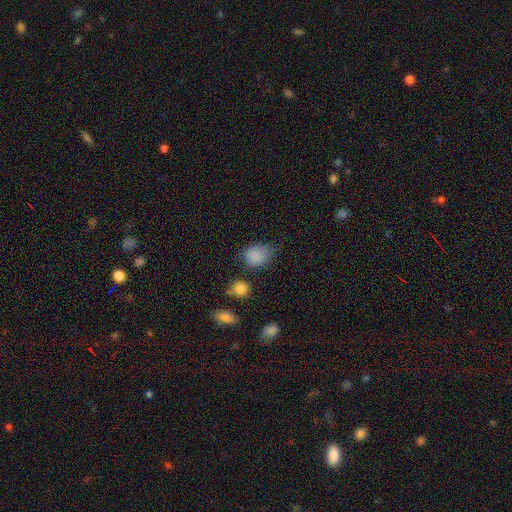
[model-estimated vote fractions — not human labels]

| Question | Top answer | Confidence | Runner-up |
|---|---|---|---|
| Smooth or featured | smooth | 83% | star or artifact (11%) |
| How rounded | in between | 52% | round (46%) |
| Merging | none | 52% | minor disturbance (32%) |